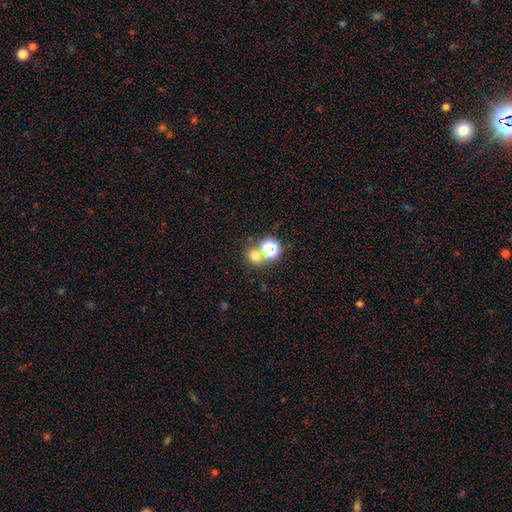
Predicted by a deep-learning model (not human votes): smooth 67%, star or artifact 25%, featured or disk 8%. Down the decision tree: how rounded — round (72%); merging — none (61%).